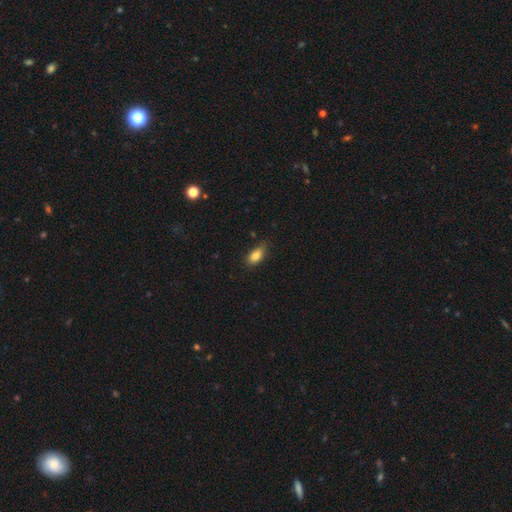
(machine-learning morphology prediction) The model was most divided on "merging": none: 67%, minor disturbance: 27%, major disturbance: 5%, merger: 2%. More confident: how rounded — in between (88%); smooth or featured — smooth (83%).